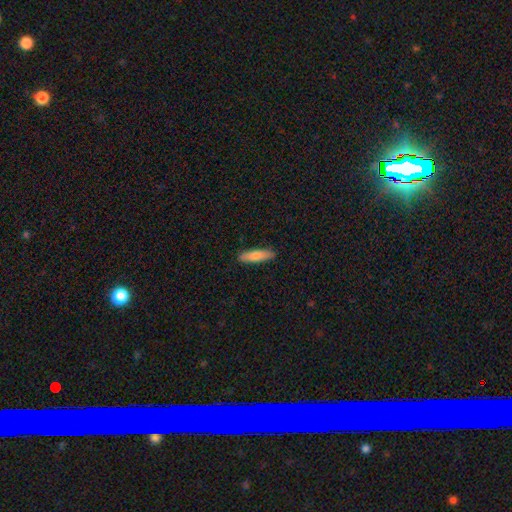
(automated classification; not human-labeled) smooth-or-featured: smooth: 76% | featured or disk: 18% | star or artifact: 6%
  how-rounded: cigar-shaped: 73% | in between: 26% | round: 2%
  merging: none: 90% | minor disturbance: 8% | major disturbance: 2% | merger: 1%